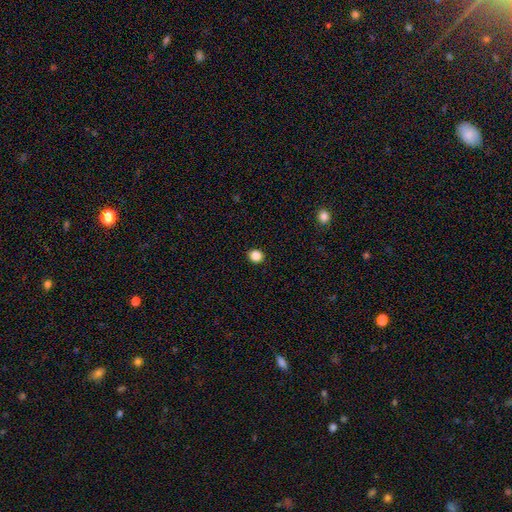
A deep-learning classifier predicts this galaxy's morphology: This is clearly a smooth galaxy (86%). How rounded: clearly round (87%). Merging: clearly none (93%).